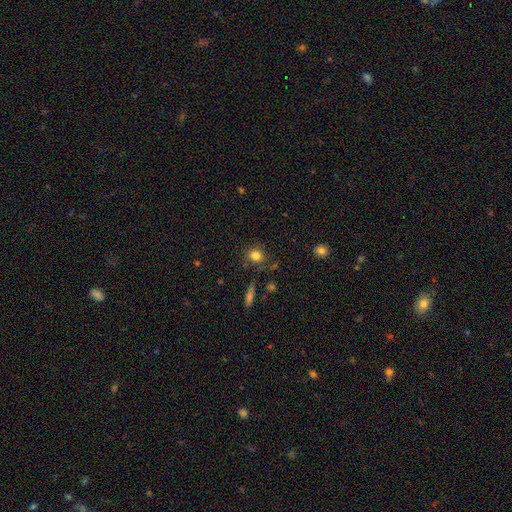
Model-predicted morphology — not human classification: smooth 83%, star or artifact 11%, featured or disk 7%. Down the decision tree: how rounded — round (82%); merging — none (81%).